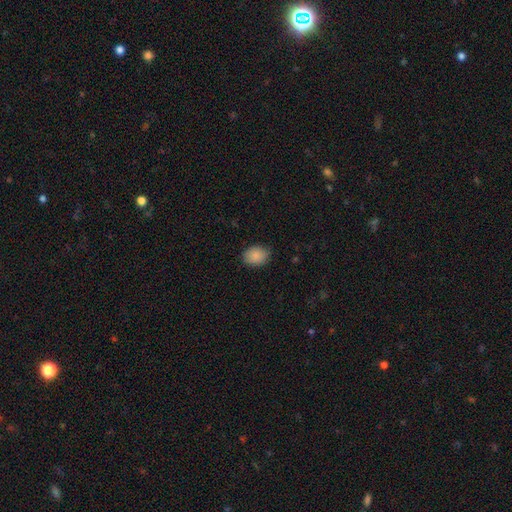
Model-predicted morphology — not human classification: Smooth or featured? smooth (87%)
How rounded? in between (62%)
Merging? none (85%)